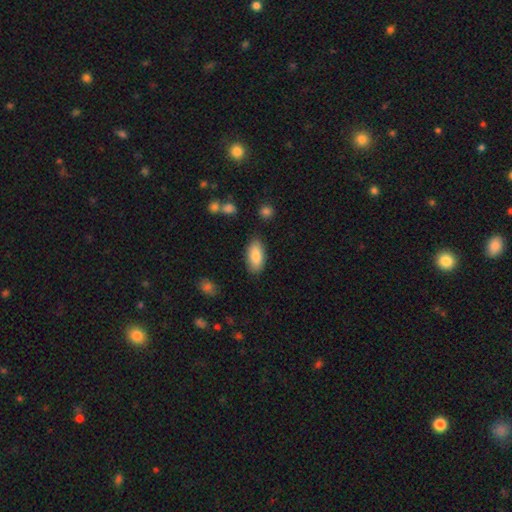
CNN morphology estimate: type=smooth (84%); roundness=in between (89%); merging=none (85%).